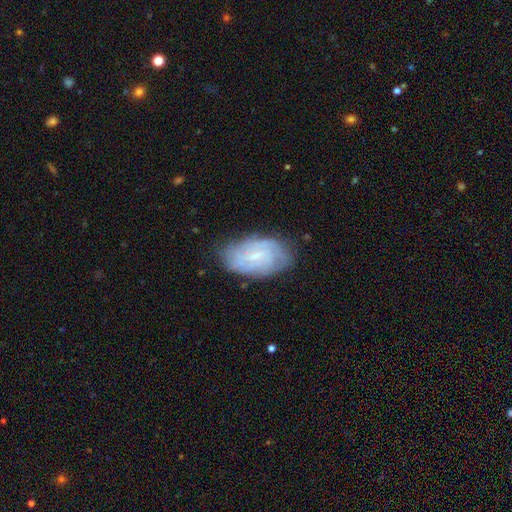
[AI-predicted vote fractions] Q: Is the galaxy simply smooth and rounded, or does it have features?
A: featured or disk — 67%.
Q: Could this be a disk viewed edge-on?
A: no — 96%.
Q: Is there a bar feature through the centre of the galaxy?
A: weak — 52%.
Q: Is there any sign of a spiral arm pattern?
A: yes — 87%.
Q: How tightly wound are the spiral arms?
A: tight — 64%.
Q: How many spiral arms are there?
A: can't tell — 53%.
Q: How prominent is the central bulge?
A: small — 69%.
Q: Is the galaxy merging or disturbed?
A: none — 74%.